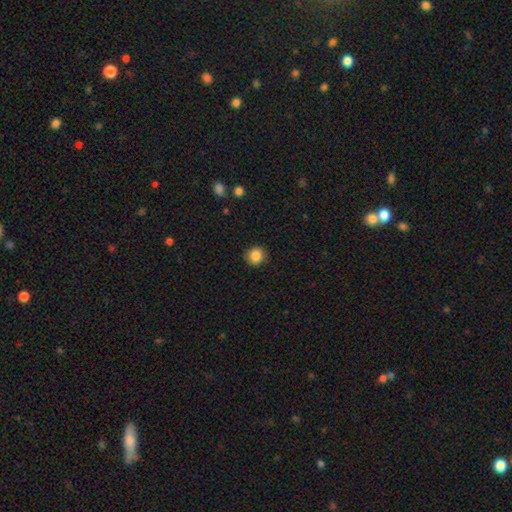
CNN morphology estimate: A smooth galaxy with no disk features (86%) that is round (91%).

Vote fractions:
- Smooth or featured? smooth: 86% / star or artifact: 10% / featured or disk: 4%
- How rounded? round: 91% / in between: 8% / cigar-shaped: 1%
- Merging? none: 87% / minor disturbance: 9% / major disturbance: 2% / merger: 1%